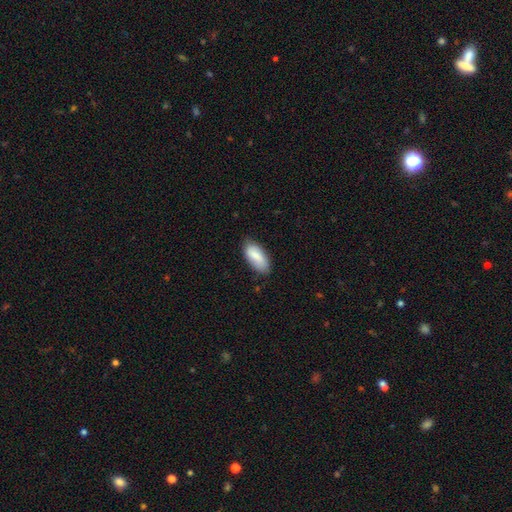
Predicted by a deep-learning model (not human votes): smooth-or-featured: smooth: 83% | featured or disk: 11% | star or artifact: 6%
  how-rounded: in between: 88% | cigar-shaped: 10% | round: 2%
  merging: none: 73% | minor disturbance: 22% | major disturbance: 3% | merger: 1%